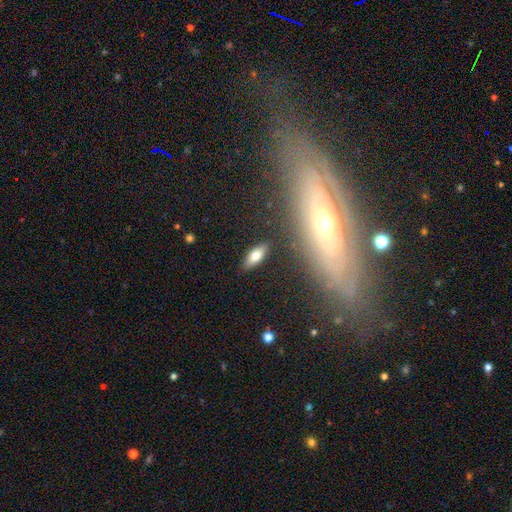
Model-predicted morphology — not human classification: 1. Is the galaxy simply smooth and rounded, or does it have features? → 73% smooth, 19% featured or disk, 9% star or artifact.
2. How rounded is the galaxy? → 79% in between, 18% cigar-shaped, 3% round.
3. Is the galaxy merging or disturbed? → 87% none, 9% minor disturbance, 2% major disturbance, 2% merger.